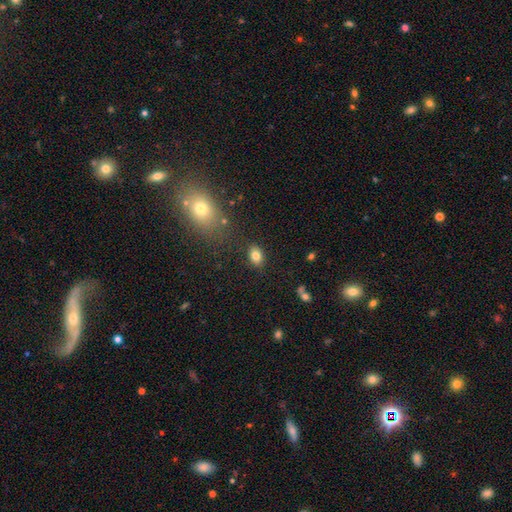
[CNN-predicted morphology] Overall: smooth (81%). How rounded: in between (78%). Merging: none (84%).